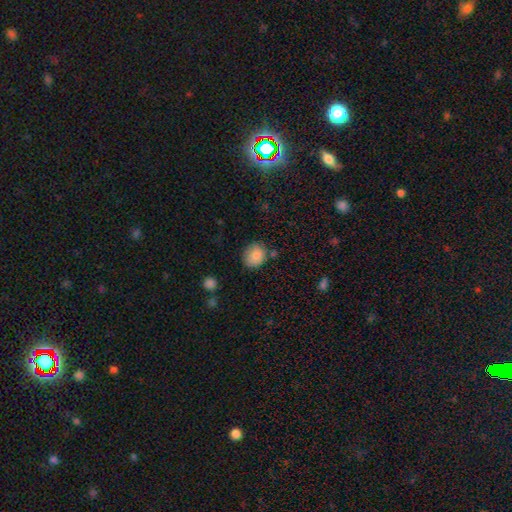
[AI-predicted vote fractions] Morphology: type=smooth (85%); roundness=round (60%); merging=none (74%).